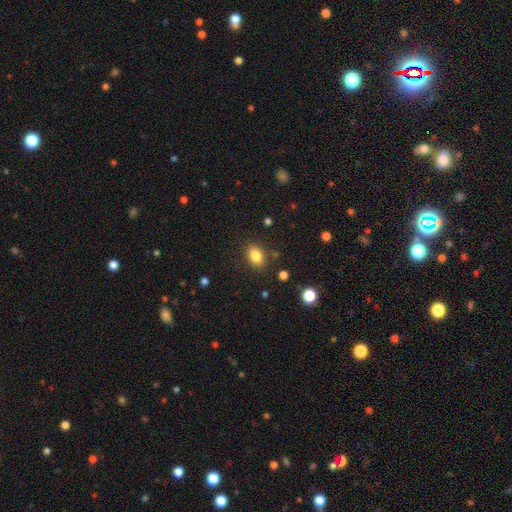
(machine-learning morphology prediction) This is clearly a smooth galaxy (83%). How rounded: likely in between (74%). Merging: clearly none (85%).